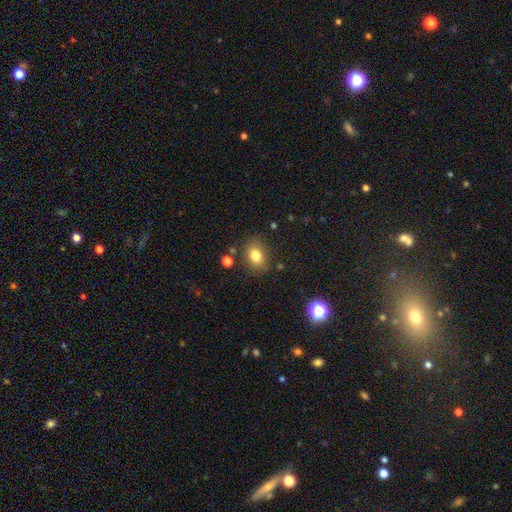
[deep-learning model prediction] This is likely a smooth galaxy (80%). How rounded: likely in between (62%). Merging: clearly none (81%).